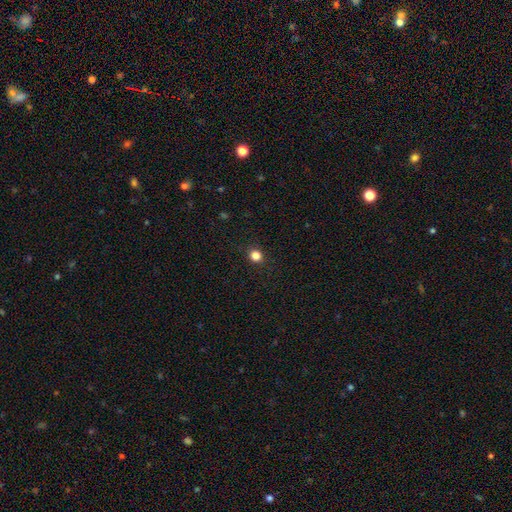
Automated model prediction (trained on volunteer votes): Smooth or featured? smooth (83%)
How rounded? round (88%)
Merging? none (91%)